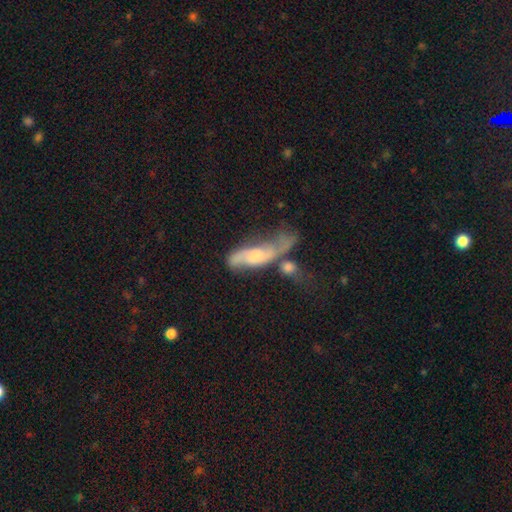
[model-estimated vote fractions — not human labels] smooth_or_featured: featured or disk (p=0.67) [alt: smooth p=0.25]
disk_edge_on: no (p=0.78) [alt: yes p=0.22]
bar: no (p=0.54) [alt: weak p=0.35]
has_spiral_arms: yes (p=0.86) [alt: no p=0.14]
bulge_size: moderate (p=0.47) [alt: small p=0.27]
merging: merger (p=0.33) [alt: none p=0.30]